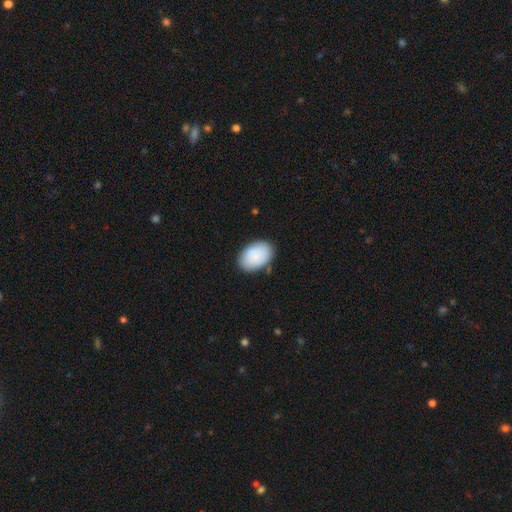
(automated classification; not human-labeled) Morphology: type=smooth (86%); roundness=in between (90%); merging=none (82%).